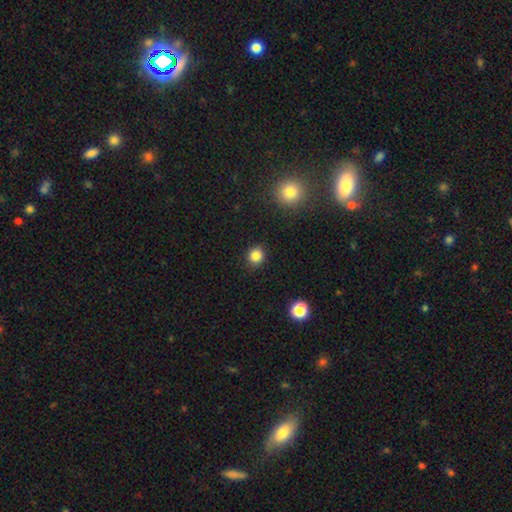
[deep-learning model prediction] Smooth or featured: smooth — 84% (star or artifact — 12%)
How rounded: round — 84% (in between — 15%)
Merging: none — 88% (minor disturbance — 8%)